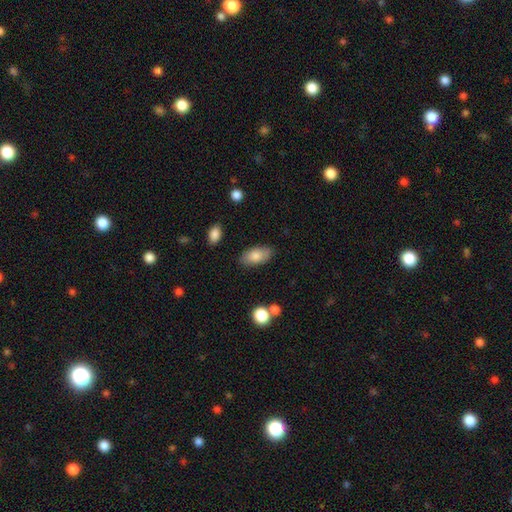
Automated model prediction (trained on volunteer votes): smooth 80%, featured or disk 13%, star or artifact 7%. Down the decision tree: how rounded — in between (92%); merging — none (83%).